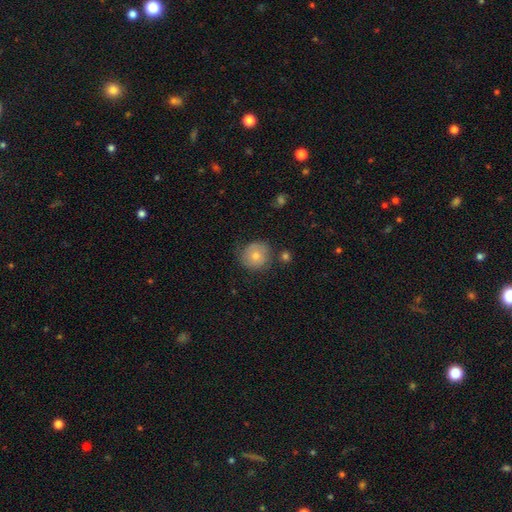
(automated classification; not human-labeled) Smooth or featured?
  - smooth: 64% *
  - featured or disk: 28%
  - star or artifact: 8%
How rounded?
  - round: 88% *
  - in between: 11%
  - cigar-shaped: 1%
Merging?
  - none: 67% *
  - minor disturbance: 22%
  - major disturbance: 7%
  - merger: 3%